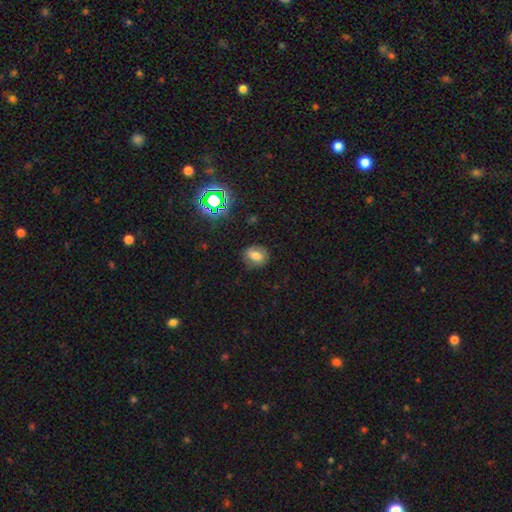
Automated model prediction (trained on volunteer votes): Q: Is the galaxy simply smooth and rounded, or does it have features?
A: smooth — 66%.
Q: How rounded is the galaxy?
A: in between — 51%.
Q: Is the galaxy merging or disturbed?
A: none — 81%.